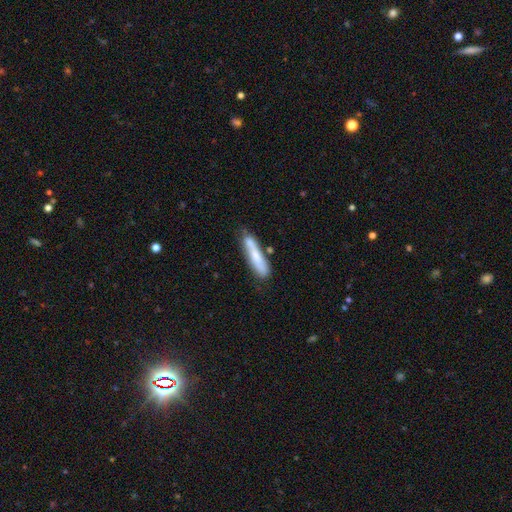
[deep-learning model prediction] Smooth or featured: smooth — 69% (featured or disk — 25%)
How rounded: cigar-shaped — 86% (in between — 13%)
Merging: none — 64% (minor disturbance — 21%)